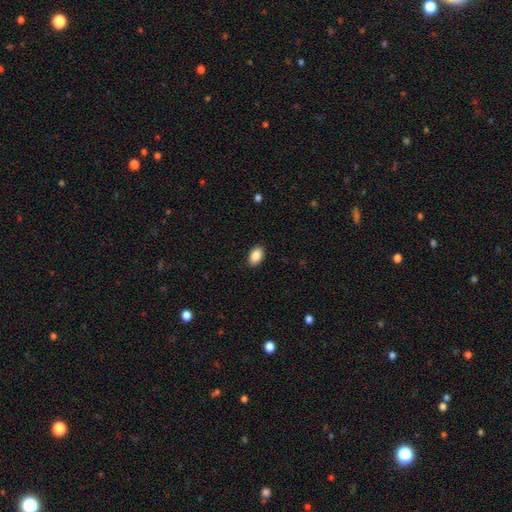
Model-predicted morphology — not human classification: Smooth or featured?
  - smooth: 89% *
  - star or artifact: 7%
  - featured or disk: 4%
How rounded?
  - in between: 89% *
  - round: 9%
  - cigar-shaped: 1%
Merging?
  - none: 88% *
  - minor disturbance: 9%
  - major disturbance: 2%
  - merger: 1%